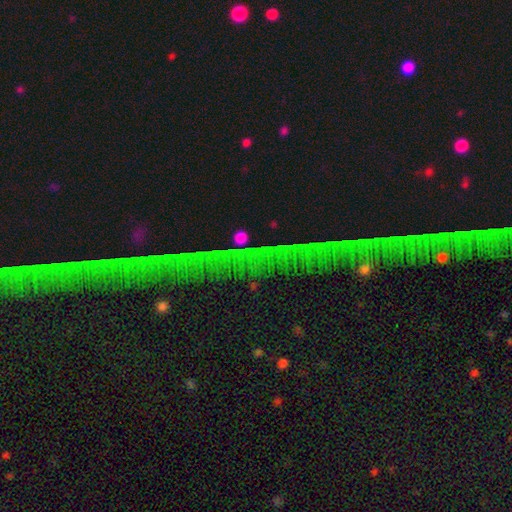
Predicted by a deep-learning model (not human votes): Smooth or featured?
  - star or artifact: 83% *
  - featured or disk: 10%
  - smooth: 7%